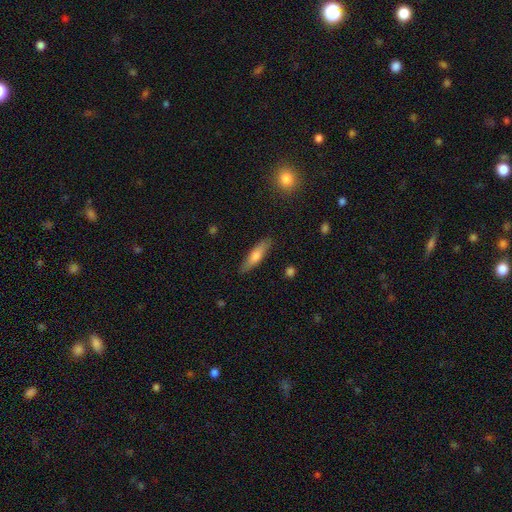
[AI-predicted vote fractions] Overall: smooth (63%; featured or disk 31%). How rounded: cigar-shaped (71%). Merging: none (87%).